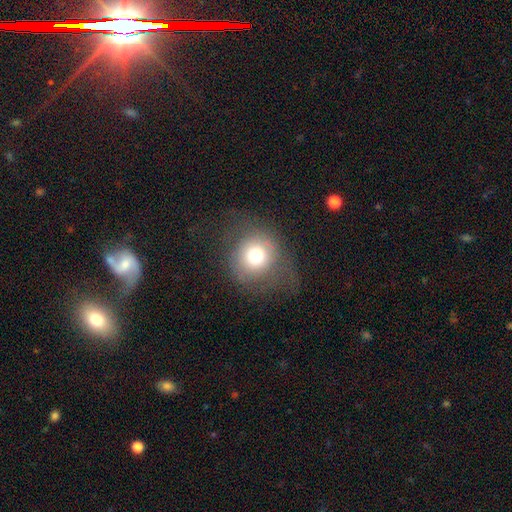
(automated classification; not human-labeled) smooth 70%, featured or disk 18%, star or artifact 12%. Down the decision tree: how rounded — round (88%); merging — none (61%).